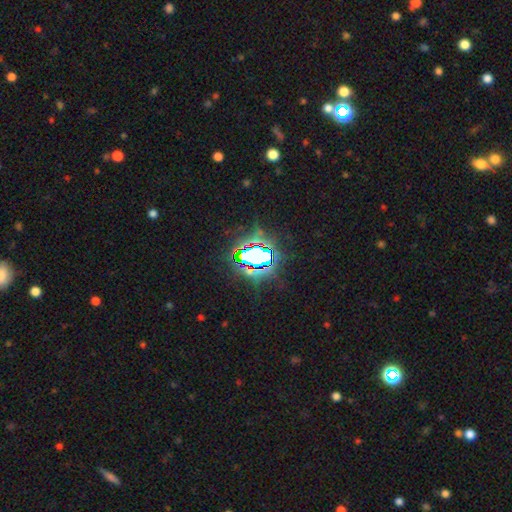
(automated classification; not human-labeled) star or artifact 72%, smooth 16%, featured or disk 12%.